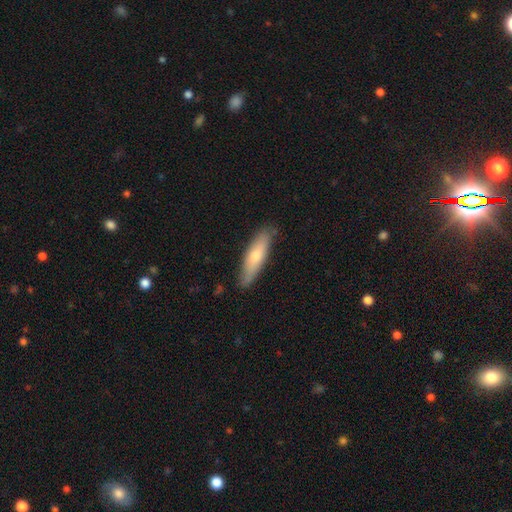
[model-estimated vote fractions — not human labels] Smooth or featured?
  - smooth: 63% *
  - featured or disk: 31%
  - star or artifact: 6%
How rounded?
  - cigar-shaped: 69% *
  - in between: 30%
  - round: 2%
Merging?
  - none: 84% *
  - minor disturbance: 12%
  - major disturbance: 2%
  - merger: 1%